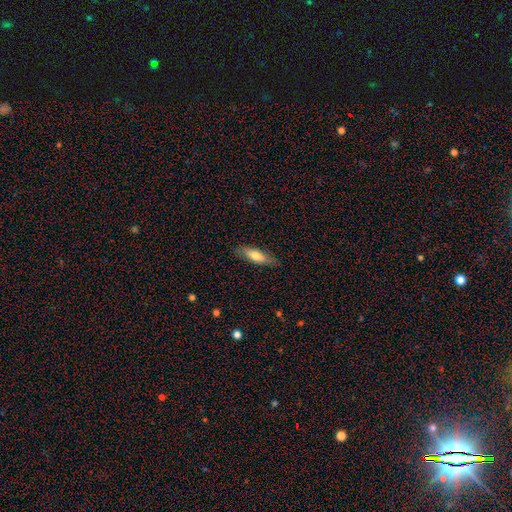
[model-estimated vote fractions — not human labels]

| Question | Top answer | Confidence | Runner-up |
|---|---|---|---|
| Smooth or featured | smooth | 67% | featured or disk (27%) |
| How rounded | in between | 52% | cigar-shaped (46%) |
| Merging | none | 81% | minor disturbance (15%) |